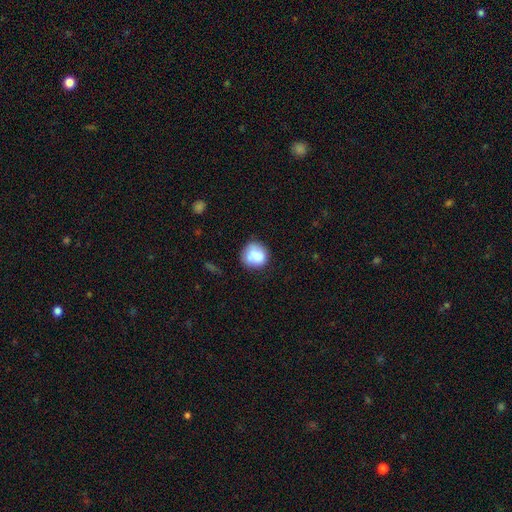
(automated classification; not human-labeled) Smooth or featured: smooth — 75% (featured or disk — 16%)
How rounded: round — 84% (in between — 15%)
Merging: none — 62% (minor disturbance — 23%)